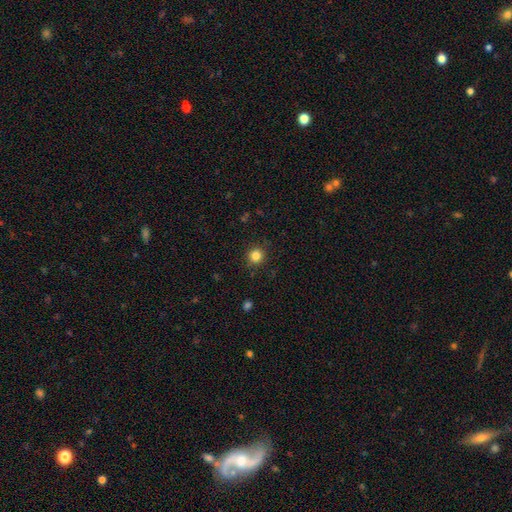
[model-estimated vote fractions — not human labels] This appears to be a smooth galaxy with no disk features (84%) that is round (92%). Merging: none (89%).